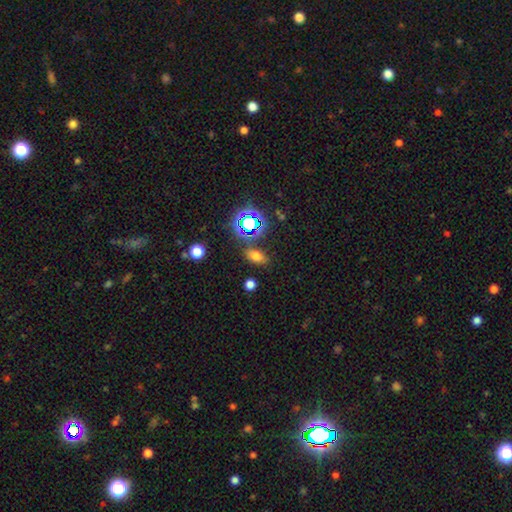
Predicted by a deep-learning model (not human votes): Smooth or featured? Predicted: smooth (p=0.66). How rounded? Predicted: in between (p=0.84). Merging? Predicted: none (p=0.79).